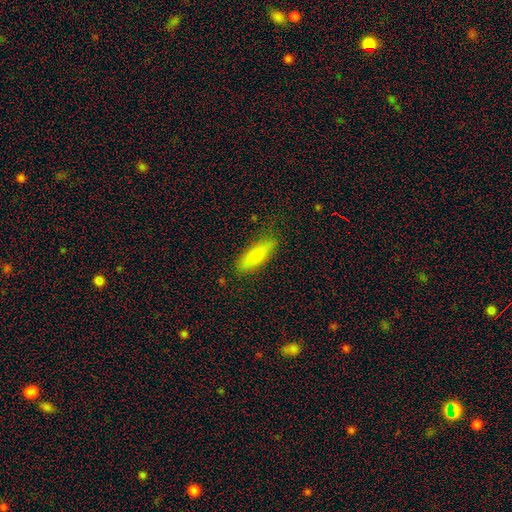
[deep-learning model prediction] Smooth or featured? smooth (82%)
How rounded? cigar-shaped (51%)
Merging? none (81%)